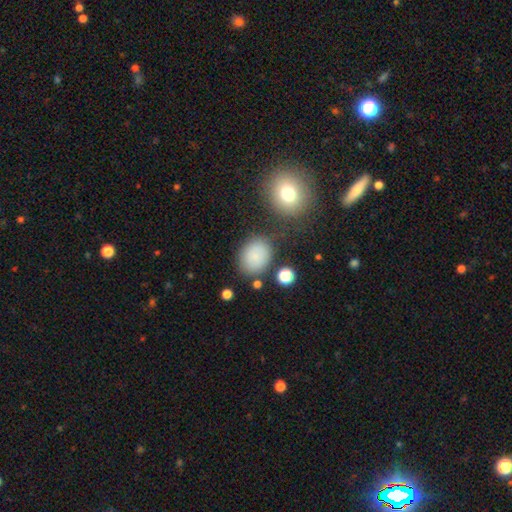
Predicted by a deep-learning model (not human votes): Morphology: type=smooth (83%); roundness=in between (56%); merging=none (77%).